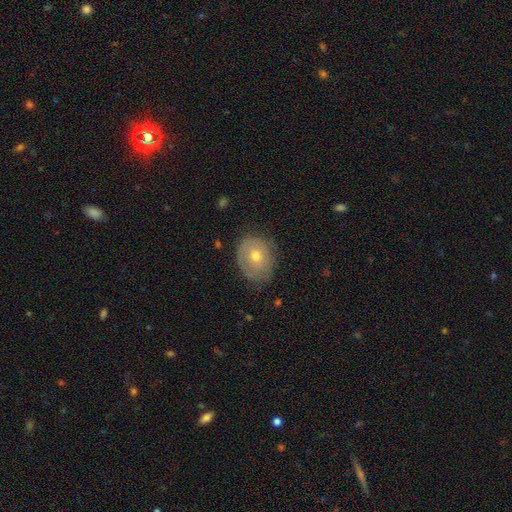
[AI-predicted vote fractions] Morphology: type=smooth (55%); roundness=round (51%); merging=none (67%).